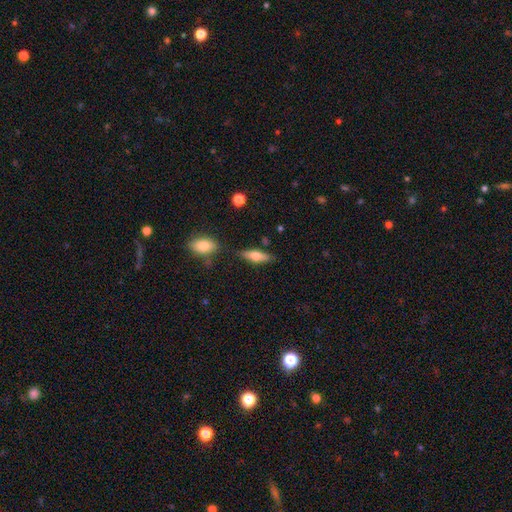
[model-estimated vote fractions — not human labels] Smooth or featured: smooth — 60% (featured or disk — 34%)
How rounded: in between — 54% (cigar-shaped — 44%)
Merging: none — 78% (minor disturbance — 13%)